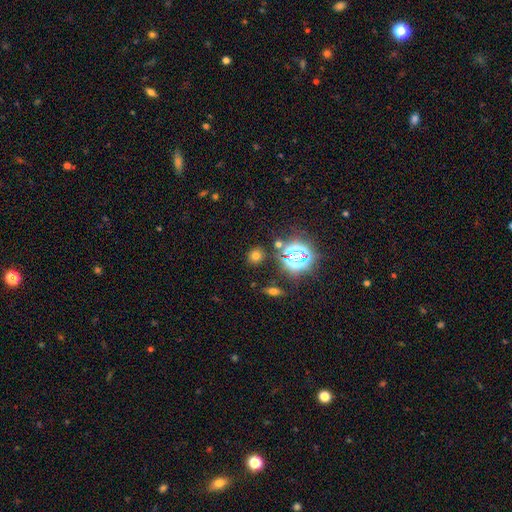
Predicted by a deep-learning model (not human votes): A smooth galaxy with no disk features (66%) that is round (77%).

Vote fractions:
- Smooth or featured? smooth: 66% / star or artifact: 27% / featured or disk: 7%
- How rounded? round: 77% / in between: 22% / cigar-shaped: 1%
- Merging? none: 84% / minor disturbance: 9% / merger: 4% / major disturbance: 3%